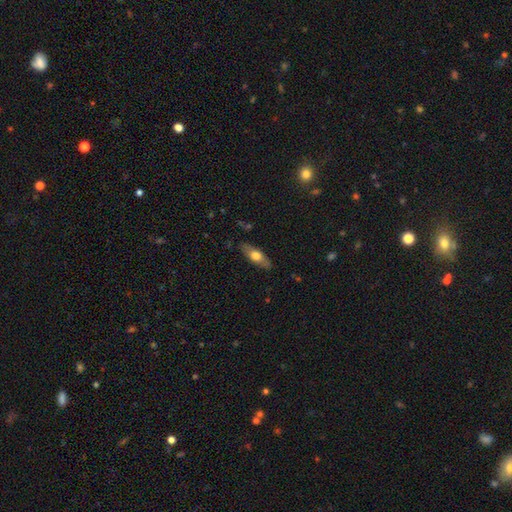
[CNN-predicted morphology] A smooth galaxy with no disk features (56%) that is in between round and cigar-shaped (60%). Merging: none (84%).